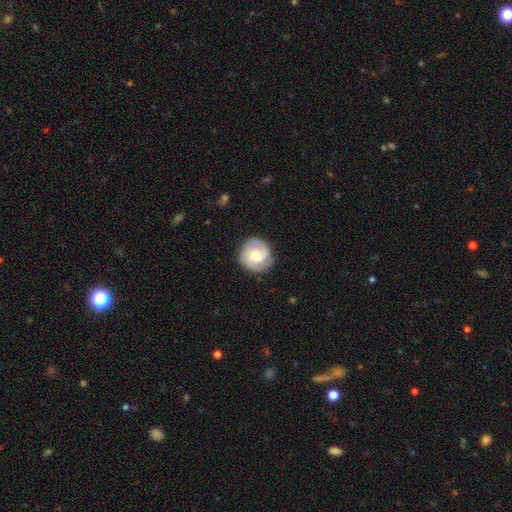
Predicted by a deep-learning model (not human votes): A featured or disk galaxy (54%) with no bar (61%), spiral arms (89%) and a moderate central bulge (52%).

Vote fractions:
- Smooth or featured? featured or disk: 54% / smooth: 40% / star or artifact: 6%
- Edge-on disk? no: 98% / yes: 2%
- Bar? no: 61% / weak: 34% / strong: 5%
- Spiral arms? yes: 89% / no: 11%
- Bulge size? moderate: 52% / small: 35% / large: 8% / none: 4% / dominant: 2%
- Merging? none: 82% / minor disturbance: 13% / major disturbance: 4% / merger: 1%